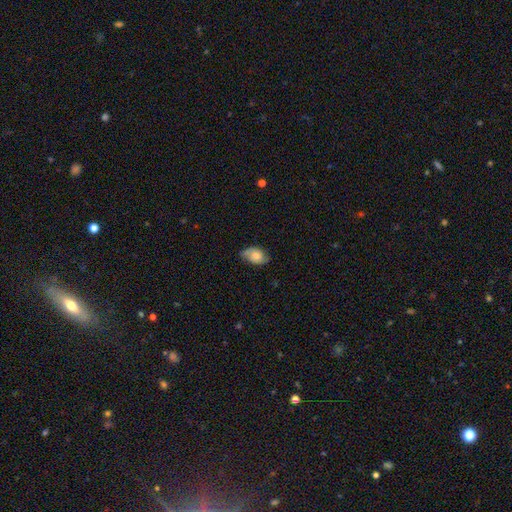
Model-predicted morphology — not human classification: Smooth or featured? smooth (61%)
How rounded? in between (87%)
Merging? none (61%)